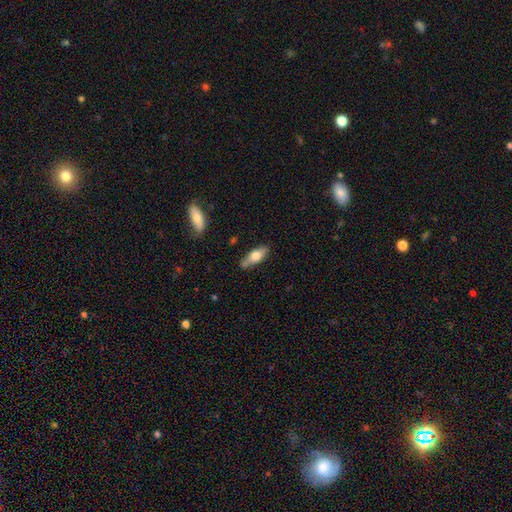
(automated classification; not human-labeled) Overall: smooth (67%; featured or disk 27%). How rounded: in between (69%). Merging: none (70%).